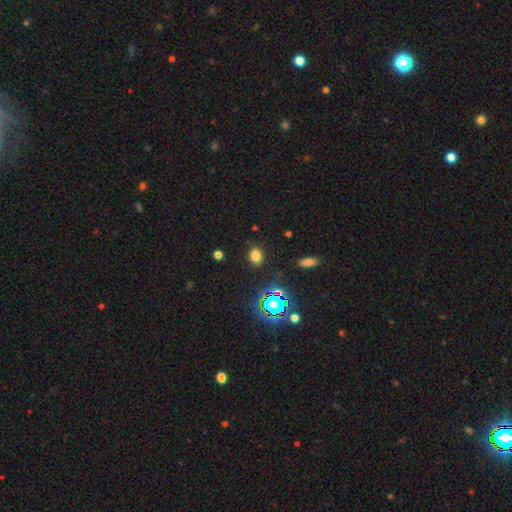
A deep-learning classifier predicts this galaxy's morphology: Smooth or featured?
  - smooth: 73% *
  - star or artifact: 21%
  - featured or disk: 6%
How rounded?
  - in between: 62% *
  - round: 36%
  - cigar-shaped: 2%
Merging?
  - none: 87% *
  - minor disturbance: 9%
  - major disturbance: 3%
  - merger: 2%